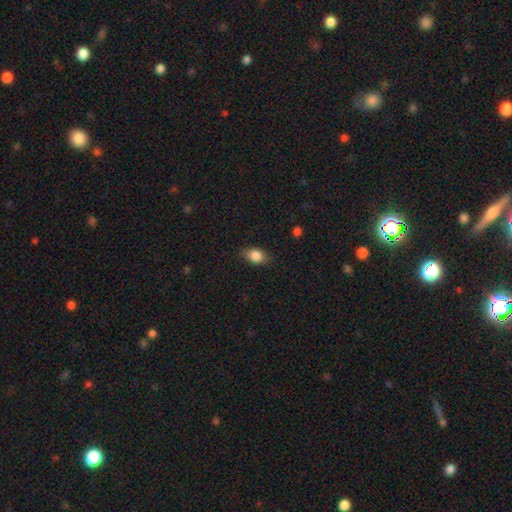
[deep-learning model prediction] This is clearly a smooth galaxy (85%). How rounded: likely in between (80%). Merging: likely none (77%).